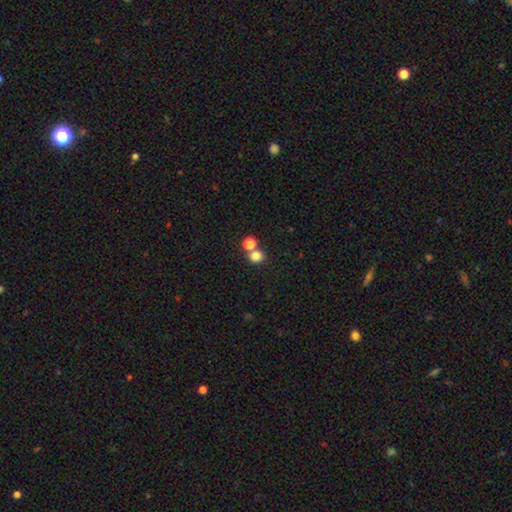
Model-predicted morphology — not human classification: smooth 80%, star or artifact 13%, featured or disk 6%. Down the decision tree: how rounded — round (80%); merging — none (59%).